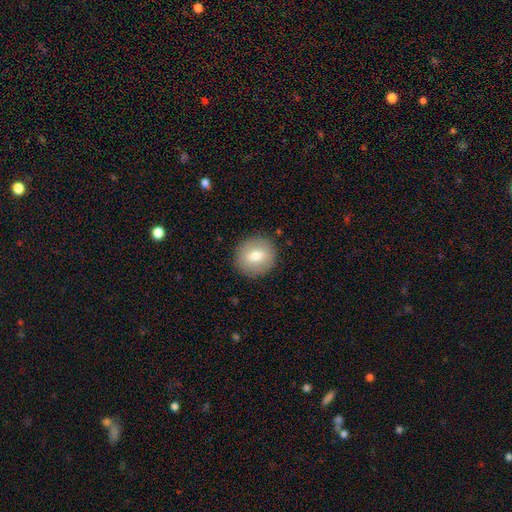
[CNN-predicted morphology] Smooth or featured? smooth (71%)
How rounded? round (86%)
Merging? none (89%)